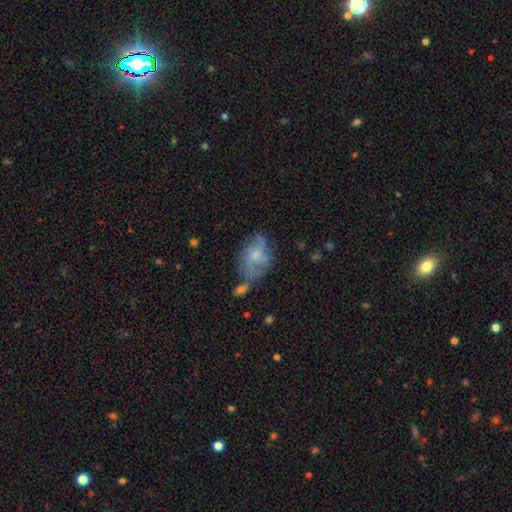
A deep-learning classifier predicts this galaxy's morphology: This appears to be a featured or disk galaxy (48%). Merging: none (37%).